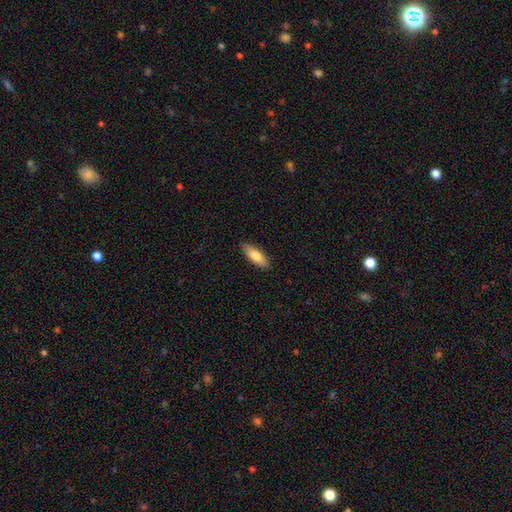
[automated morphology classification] smooth-or-featured: smooth: 78% | featured or disk: 17% | star or artifact: 6%
  how-rounded: in between: 61% | cigar-shaped: 37% | round: 2%
  merging: none: 88% | minor disturbance: 9% | major disturbance: 2% | merger: 1%